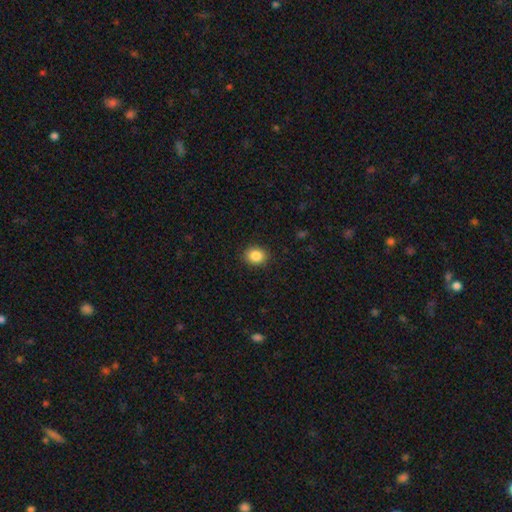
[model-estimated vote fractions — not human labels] This is clearly a smooth galaxy (87%). How rounded: likely round (61%). Merging: clearly none (90%).